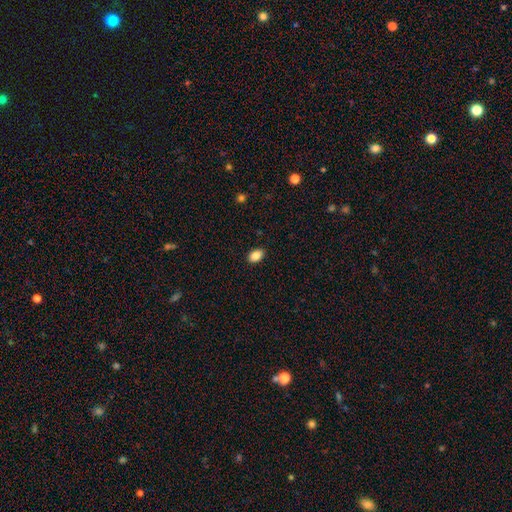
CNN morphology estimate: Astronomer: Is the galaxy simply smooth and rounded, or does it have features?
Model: smooth — 87%.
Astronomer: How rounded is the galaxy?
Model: in between — 86%.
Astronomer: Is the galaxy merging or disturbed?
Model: none — 89%.